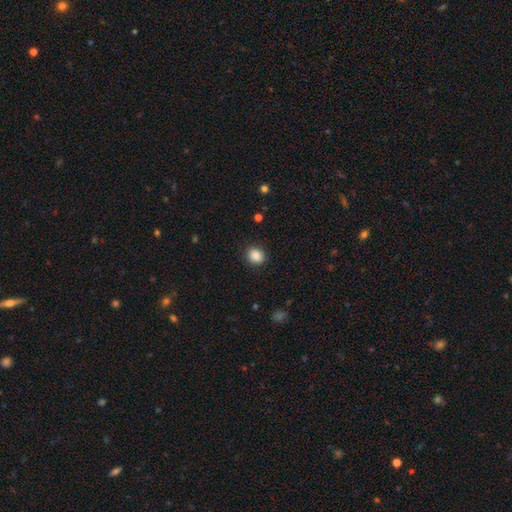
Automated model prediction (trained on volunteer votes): The model was most divided on "how rounded": round: 68%, in between: 31%, cigar-shaped: 1%. More confident: merging — none (88%); smooth or featured — smooth (87%).